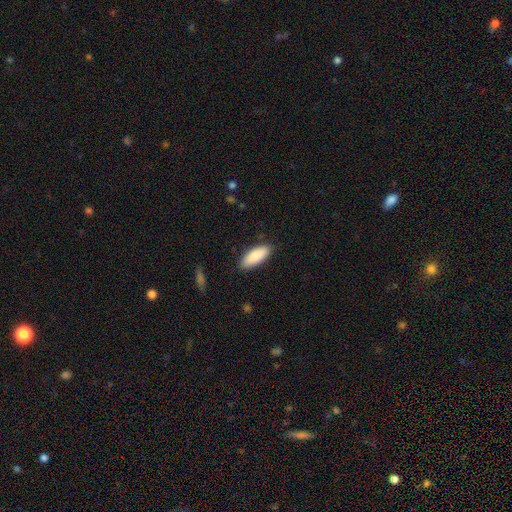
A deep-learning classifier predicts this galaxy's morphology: Overall: smooth (88%). How rounded: in between (76%). Merging: none (87%).